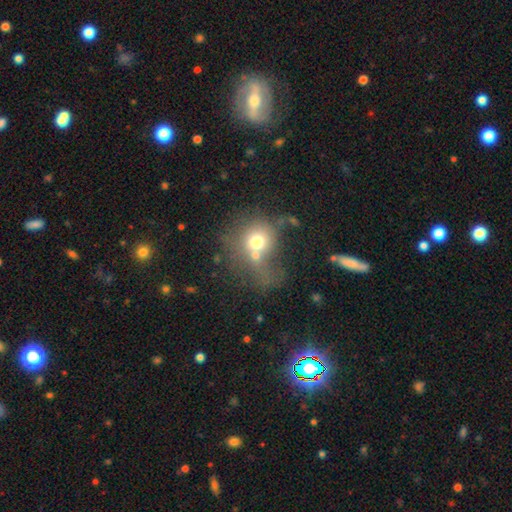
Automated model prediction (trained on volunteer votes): Smooth or featured? Predicted: smooth (p=0.64). How rounded? Predicted: round (p=0.78). Merging? Predicted: merger (p=0.45).